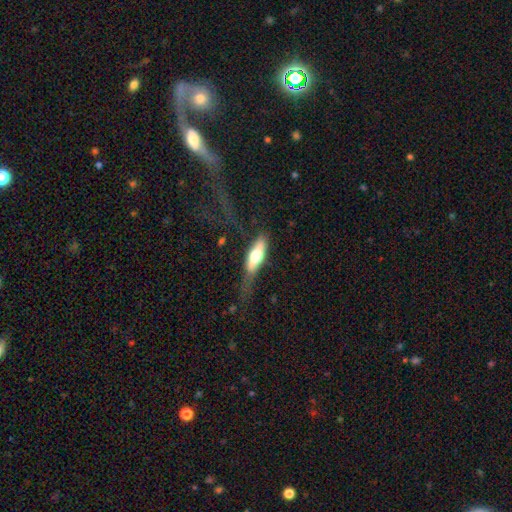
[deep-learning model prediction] Smooth or featured? featured or disk (49%)
Merging? none (53%)